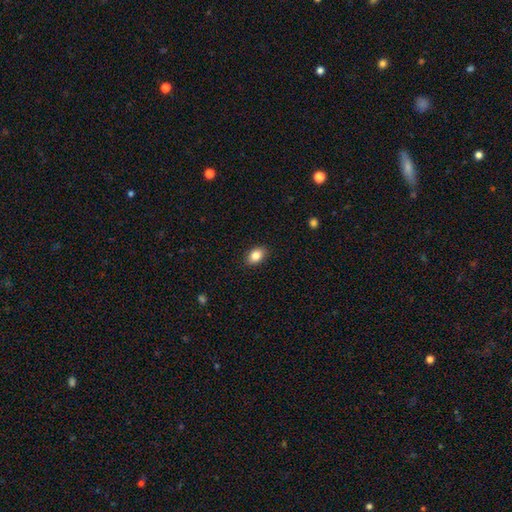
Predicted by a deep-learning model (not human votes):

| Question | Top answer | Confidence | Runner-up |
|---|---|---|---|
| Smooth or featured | smooth | 85% | star or artifact (9%) |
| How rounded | in between | 81% | round (18%) |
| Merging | none | 88% | minor disturbance (9%) |